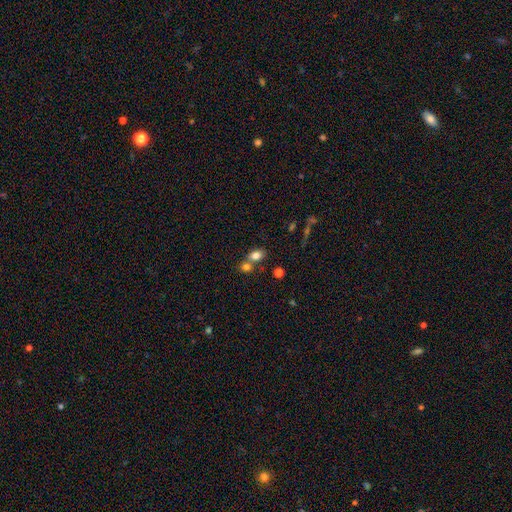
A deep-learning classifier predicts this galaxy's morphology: Overall: smooth (79%). How rounded: in between (65%; round 33%). Merging: merger (47%; none 41%).